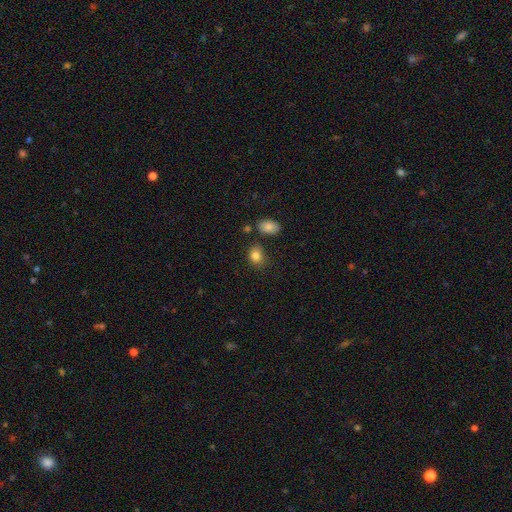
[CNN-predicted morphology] Smooth or featured? smooth (84%)
How rounded? in between (61%)
Merging? none (71%)